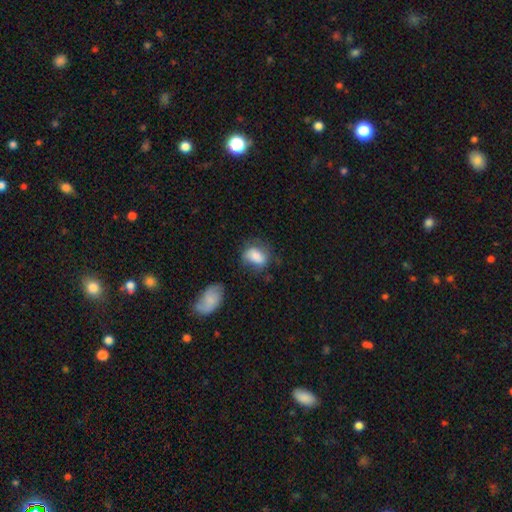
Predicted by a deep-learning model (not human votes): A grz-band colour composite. It shows a smooth galaxy with no disk features (72%) that is in between round and cigar-shaped (76%). Merging: none (51%).